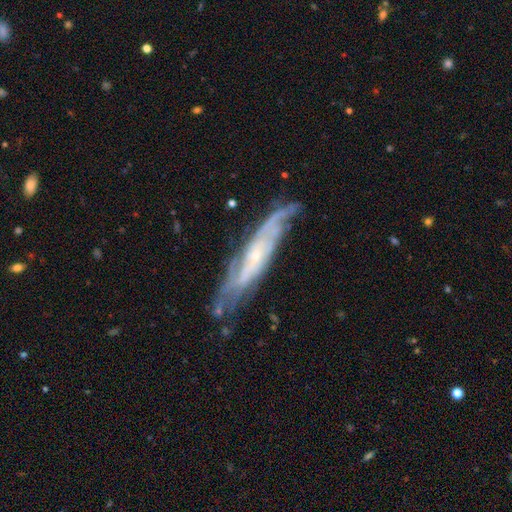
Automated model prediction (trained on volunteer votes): Smooth or featured? Predicted: featured or disk (p=0.82). Edge-on disk? Predicted: no (p=0.68). Bar? Predicted: no (p=0.62). Spiral arms? Predicted: yes (p=0.92). Spiral winding? Predicted: tight (p=0.51). Spiral arm count? Predicted: can't tell (p=0.46). Bulge size? Predicted: small (p=0.77). Merging? Predicted: none (p=0.67).